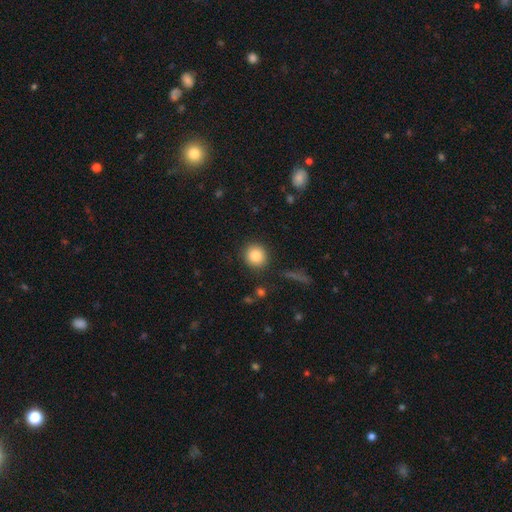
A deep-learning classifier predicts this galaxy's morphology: This appears to be a smooth galaxy with no disk features (83%) that is round (90%). Merging: none (90%).